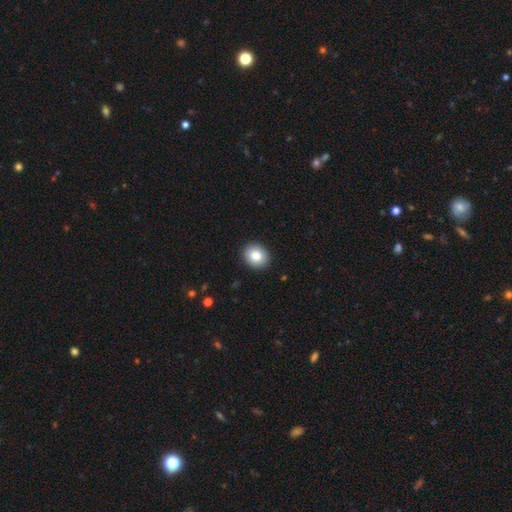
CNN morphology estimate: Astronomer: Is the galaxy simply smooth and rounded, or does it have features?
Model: smooth — 84%.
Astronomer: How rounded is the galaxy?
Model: round — 59% (runner-up: in between, 40%).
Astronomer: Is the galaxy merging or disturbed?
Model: none — 91%.